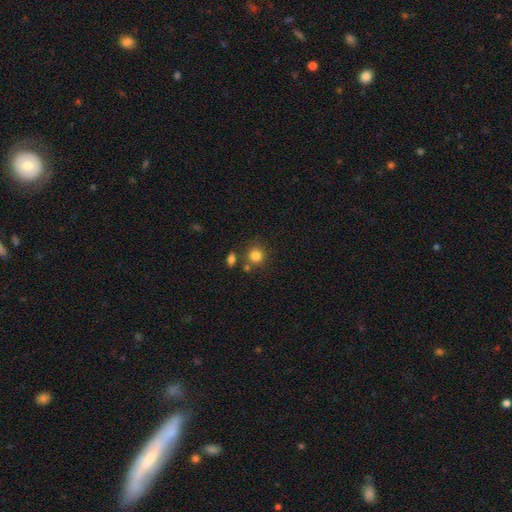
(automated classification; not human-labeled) Morphology: type=smooth (83%); roundness=round (88%); merging=none (73%).